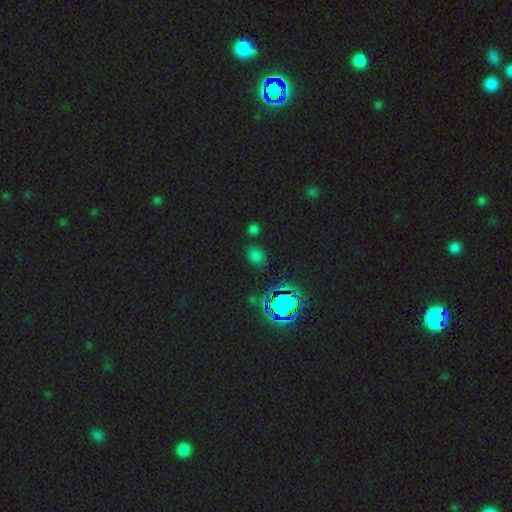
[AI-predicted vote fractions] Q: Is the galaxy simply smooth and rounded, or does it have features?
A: smooth — 55%.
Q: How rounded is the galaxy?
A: round — 55%.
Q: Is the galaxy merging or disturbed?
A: none — 83%.